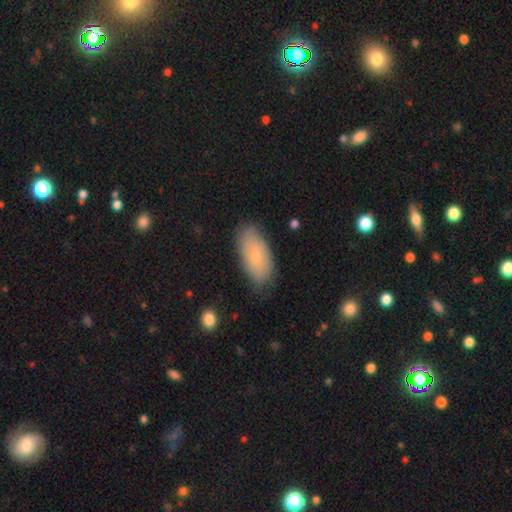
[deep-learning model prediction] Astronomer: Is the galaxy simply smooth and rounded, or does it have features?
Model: smooth — 68%.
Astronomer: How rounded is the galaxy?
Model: in between — 91%.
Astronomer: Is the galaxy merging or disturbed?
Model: none — 76%.